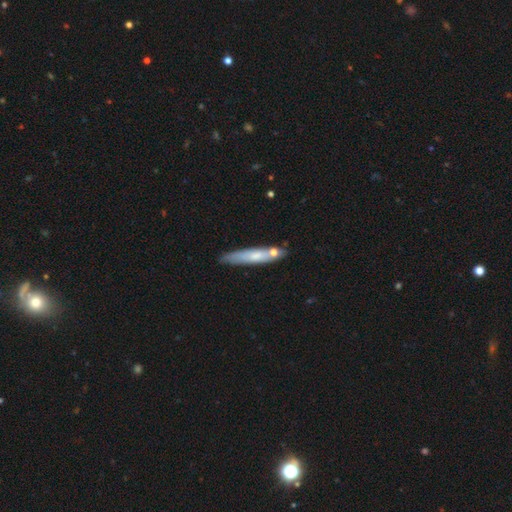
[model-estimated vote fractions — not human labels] Smooth or featured? Predicted: smooth (p=0.59). How rounded? Predicted: cigar-shaped (p=0.89). Merging? Predicted: none (p=0.70).